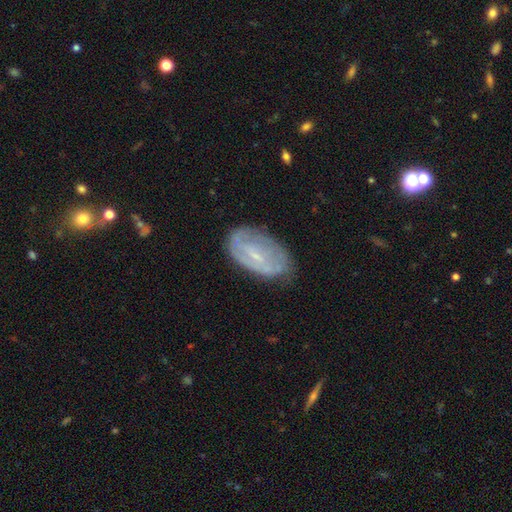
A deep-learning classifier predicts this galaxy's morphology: Overall: featured or disk (62%; smooth 29%). Edge-on disk: no (93%). Bar: weak (49%; no 30%). Spiral arms: yes (69%; no 31%). Bulge size: small (68%). Merging: none (66%).